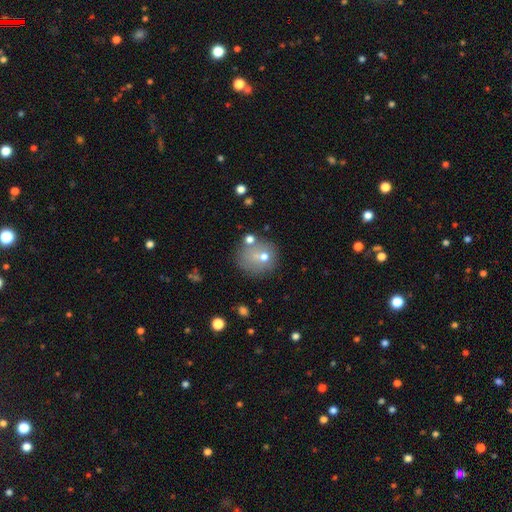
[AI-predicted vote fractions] A smooth galaxy with no disk features (62%) that is round (86%).

Vote fractions:
- Smooth or featured? smooth: 62% / featured or disk: 23% / star or artifact: 14%
- How rounded? round: 86% / in between: 13% / cigar-shaped: 1%
- Merging? none: 61% / minor disturbance: 16% / merger: 15% / major disturbance: 8%